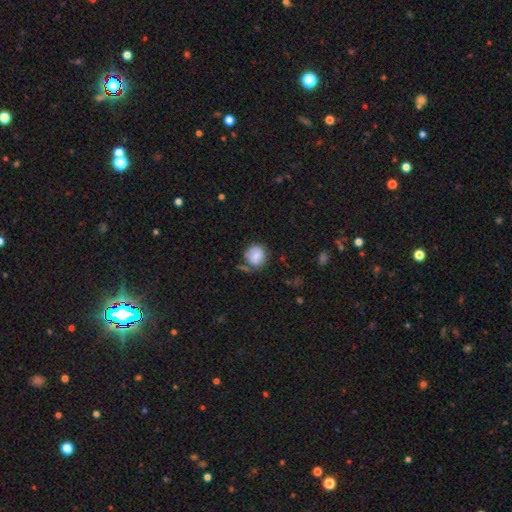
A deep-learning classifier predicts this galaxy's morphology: A smooth galaxy with no disk features (77%) that is round (77%). Merging: none (59%).